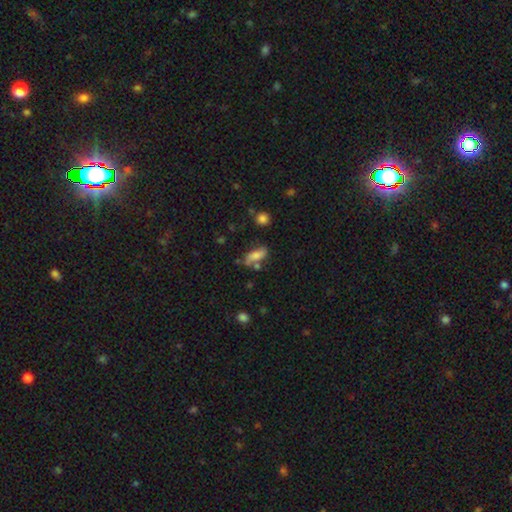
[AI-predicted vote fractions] The model was most divided on "merging": none: 54%, minor disturbance: 23%, merger: 15%, major disturbance: 9%. More confident: how rounded — in between (74%); smooth or featured — smooth (61%).